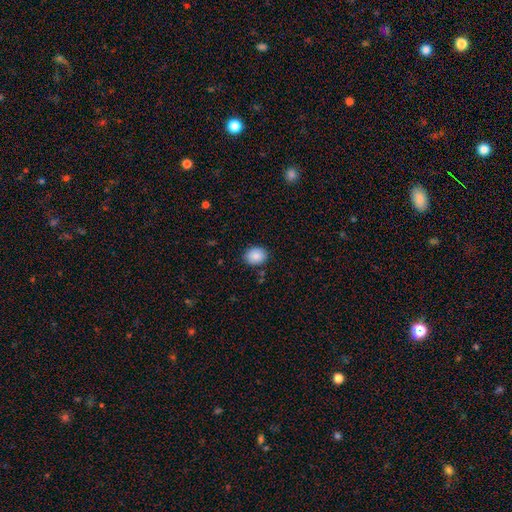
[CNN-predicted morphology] Smooth or featured? Predicted: smooth (p=0.87). How rounded? Predicted: round (p=0.56). Merging? Predicted: none (p=0.85).